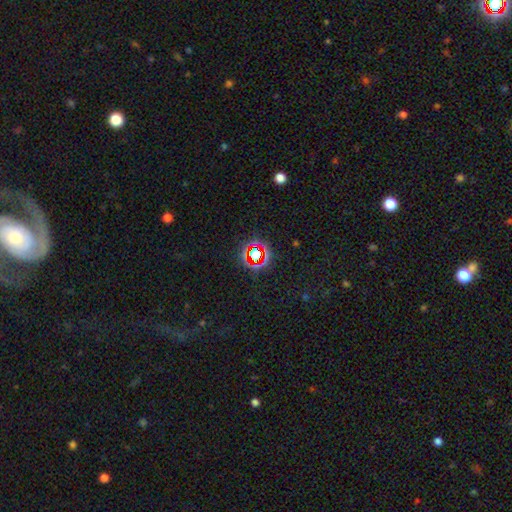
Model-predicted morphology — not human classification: Overall: star or artifact (74%).